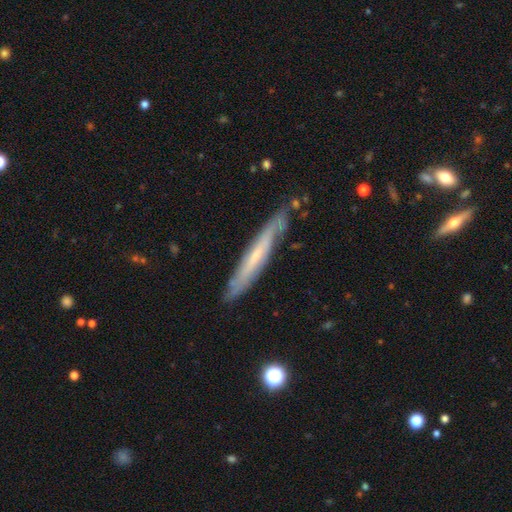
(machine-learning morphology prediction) This appears to be a featured or disk galaxy (61%) viewed edge-on (74%). Merging: none (79%).